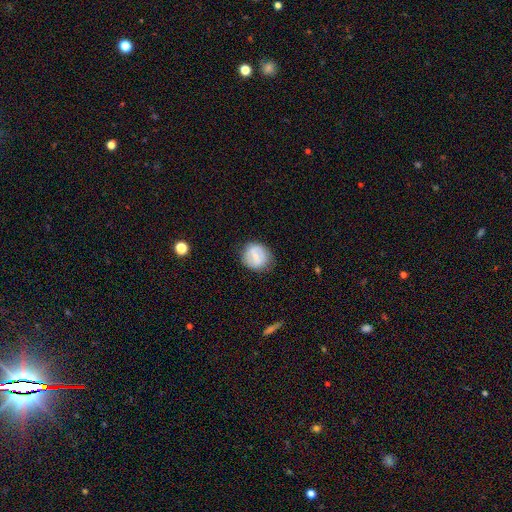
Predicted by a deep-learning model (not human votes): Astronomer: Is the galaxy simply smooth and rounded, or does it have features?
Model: smooth — 50% (runner-up: featured or disk, 42%).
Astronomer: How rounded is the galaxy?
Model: round — 79%.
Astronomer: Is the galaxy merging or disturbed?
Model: none — 80%.